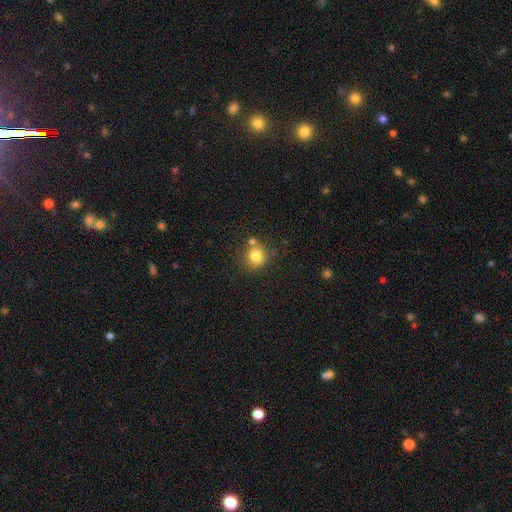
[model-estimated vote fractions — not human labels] A smooth galaxy with no disk features (79%) that is round (88%).

Vote fractions:
- Smooth or featured? smooth: 79% / star or artifact: 12% / featured or disk: 9%
- How rounded? round: 88% / in between: 11% / cigar-shaped: 1%
- Merging? none: 68% / merger: 18% / minor disturbance: 11% / major disturbance: 4%